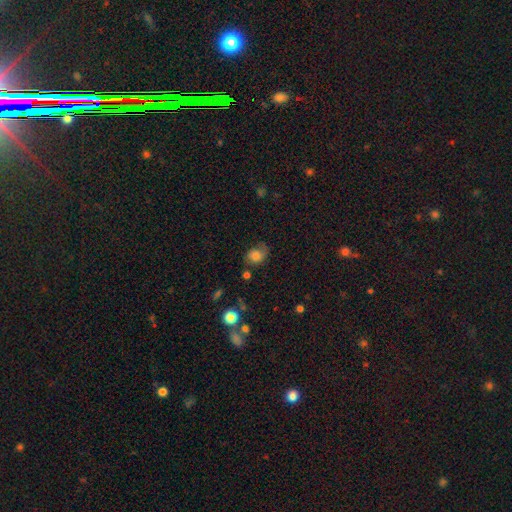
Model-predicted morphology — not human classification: smooth_or_featured: smooth (p=0.68) [alt: featured or disk p=0.20]
how_rounded: in between (p=0.53) [alt: round p=0.46]
merging: none (p=0.52) [alt: minor disturbance p=0.29]